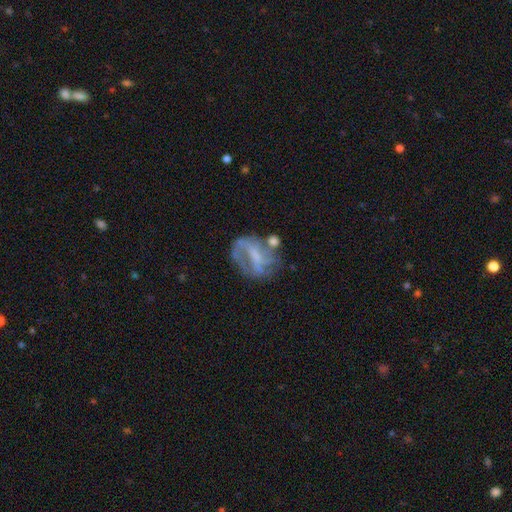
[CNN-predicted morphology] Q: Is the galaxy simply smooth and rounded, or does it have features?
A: featured or disk — 65%.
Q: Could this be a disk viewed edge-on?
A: no — 96%.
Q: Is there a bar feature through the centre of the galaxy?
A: weak — 39%.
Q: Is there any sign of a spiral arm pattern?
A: yes — 54%.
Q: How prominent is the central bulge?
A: none — 46%.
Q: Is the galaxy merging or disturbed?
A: none — 43%.